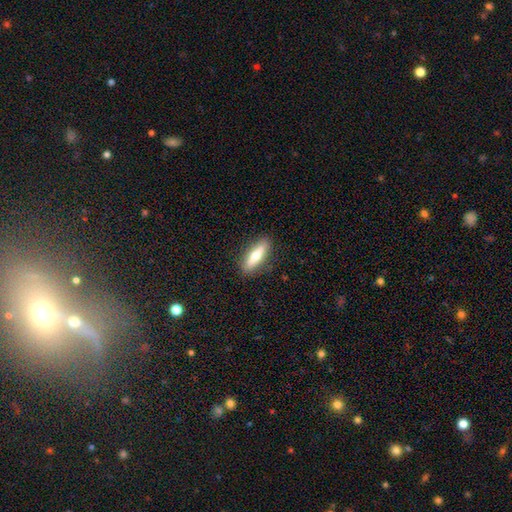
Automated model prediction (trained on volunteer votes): Smooth or featured? Predicted: smooth (p=0.59). How rounded? Predicted: cigar-shaped (p=0.69). Merging? Predicted: none (p=0.88).